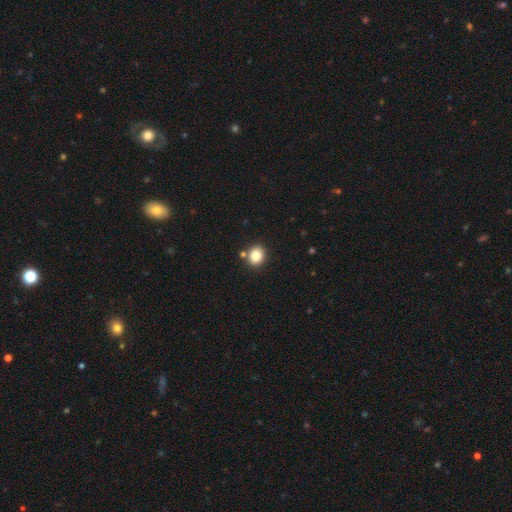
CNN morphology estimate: A smooth galaxy with no disk features (83%) that is round (69%).

Vote fractions:
- Smooth or featured? smooth: 83% / star or artifact: 10% / featured or disk: 7%
- How rounded? round: 69% / in between: 30% / cigar-shaped: 1%
- Merging? none: 81% / merger: 9% / minor disturbance: 8% / major disturbance: 2%